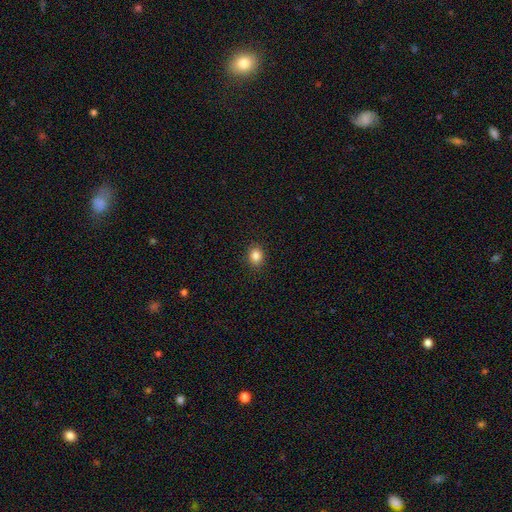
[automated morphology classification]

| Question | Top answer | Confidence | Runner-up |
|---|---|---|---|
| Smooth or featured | smooth | 85% | star or artifact (10%) |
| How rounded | round | 55% | in between (44%) |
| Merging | none | 90% | minor disturbance (7%) |